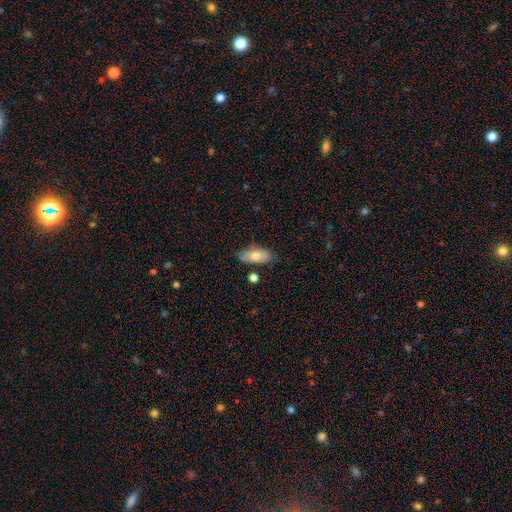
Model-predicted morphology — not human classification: Smooth or featured? smooth (76%)
How rounded? in between (85%)
Merging? none (73%)